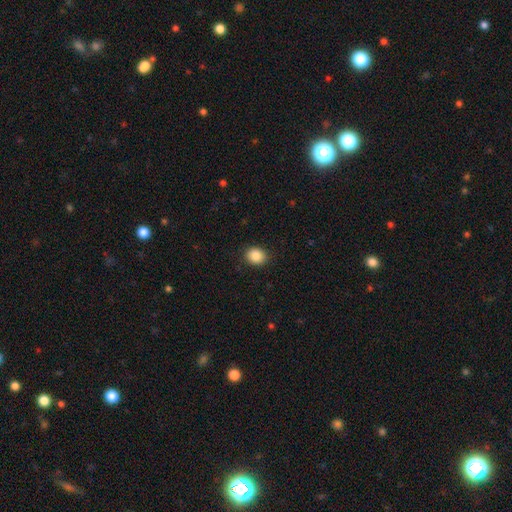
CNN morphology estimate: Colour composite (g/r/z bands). It shows a smooth galaxy with no disk features (86%) that is round (61%). Merging: none (88%).